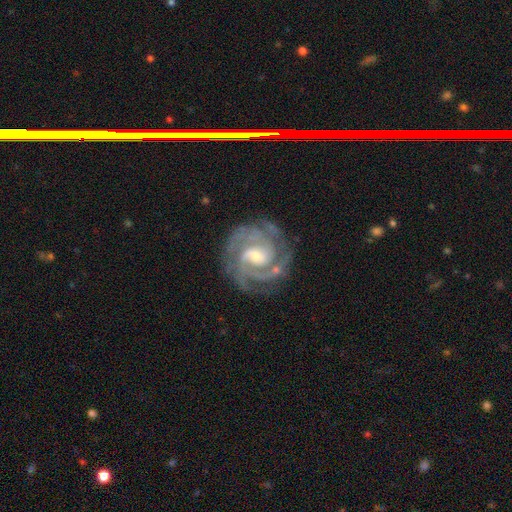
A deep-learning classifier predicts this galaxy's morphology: This is clearly a featured or disk galaxy (88%). It is clearly not viewed edge-on (97%). Bar: marginally no (43%). Spiral arm pattern: clearly yes (98%). Spiral arm count: marginally 3 (32%). Spiral winding: likely tight (72%). Central bulge: likely moderate (61%). Merging: likely none (80%).